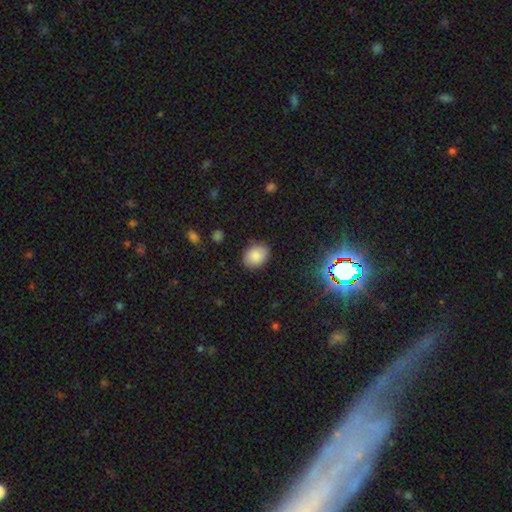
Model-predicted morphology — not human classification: A smooth galaxy with no disk features (85%) that is in between round and cigar-shaped (66%). Merging: none (84%).